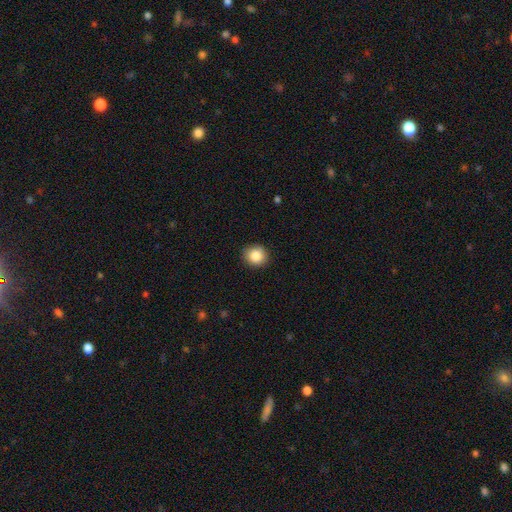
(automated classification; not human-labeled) Morphology: type=smooth (87%); roundness=round (85%); merging=none (90%).